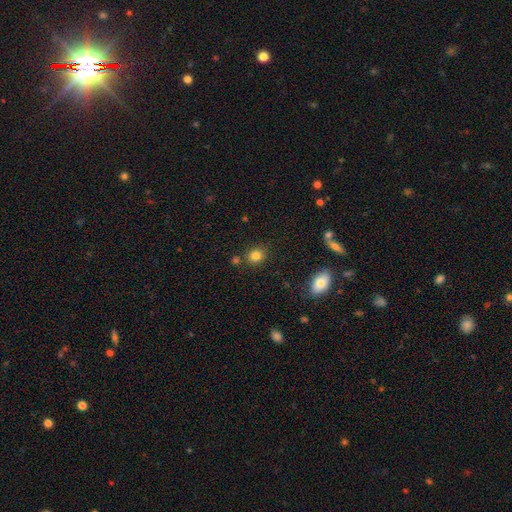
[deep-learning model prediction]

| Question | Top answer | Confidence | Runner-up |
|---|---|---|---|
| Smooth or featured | smooth | 81% | star or artifact (12%) |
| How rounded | round | 70% | in between (29%) |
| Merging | none | 80% | minor disturbance (10%) |